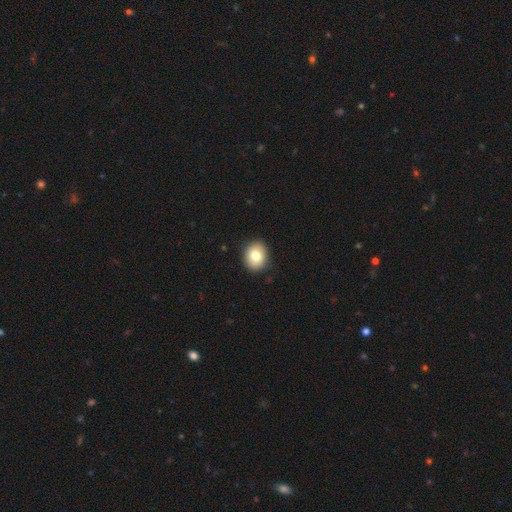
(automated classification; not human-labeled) The model was most divided on "how rounded": round: 56%, in between: 43%, cigar-shaped: 1%. More confident: merging — none (88%); smooth or featured — smooth (80%).